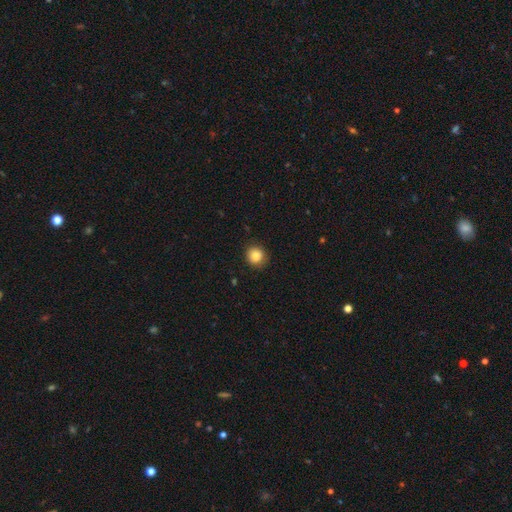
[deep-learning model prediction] The model was most divided on "smooth or featured": smooth: 86%, star or artifact: 10%, featured or disk: 5%. More confident: how rounded — round (90%); merging — none (87%).